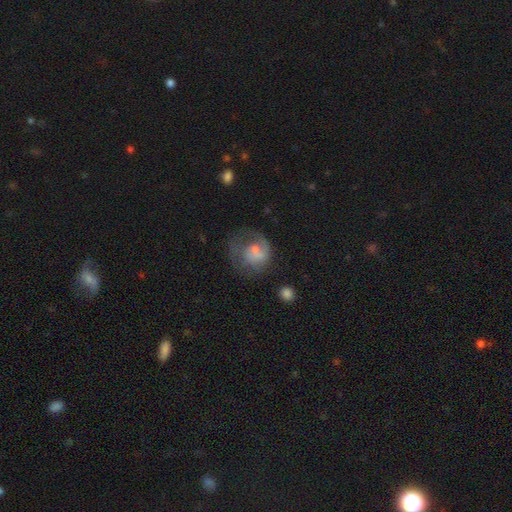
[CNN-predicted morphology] smooth-or-featured: featured or disk: 46% | smooth: 44% | star or artifact: 10%
  merging: major disturbance: 39% | none: 34% | minor disturbance: 21% | merger: 6%